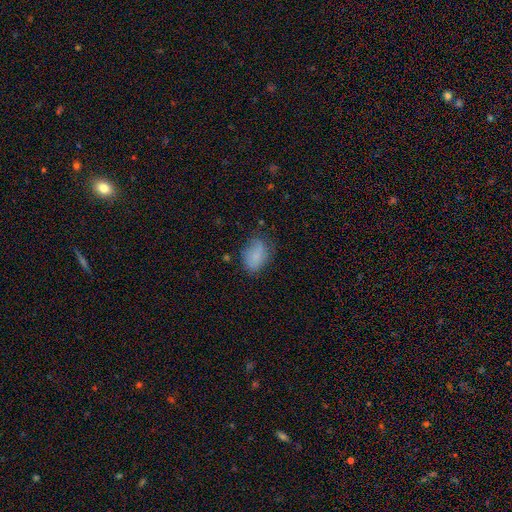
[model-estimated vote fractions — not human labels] Smooth or featured? smooth (76%)
How rounded? in between (85%)
Merging? none (57%)